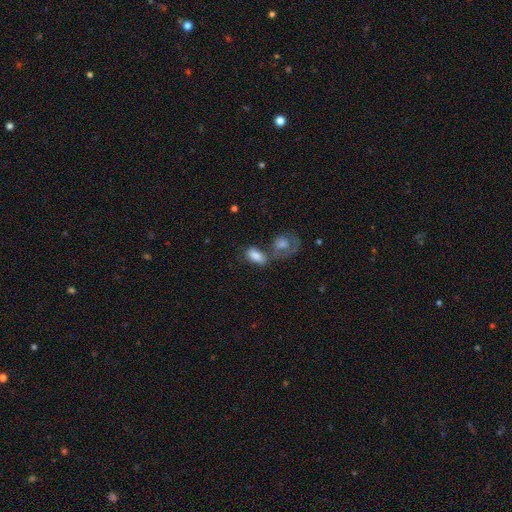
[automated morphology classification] Smooth or featured? smooth (79%)
How rounded? in between (88%)
Merging? none (39%)